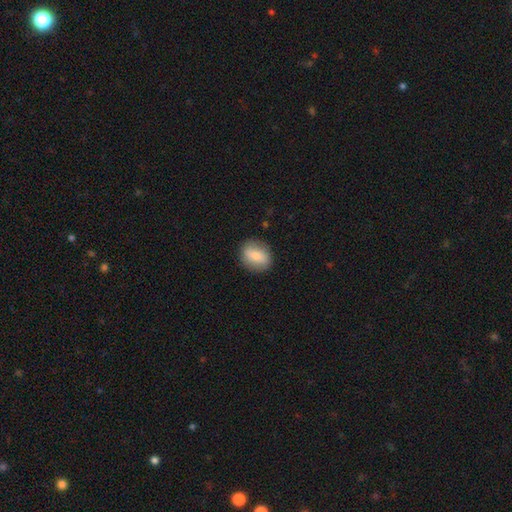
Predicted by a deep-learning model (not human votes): smooth-or-featured: smooth: 77% | featured or disk: 16% | star or artifact: 7%
  how-rounded: in between: 51% | round: 47% | cigar-shaped: 2%
  merging: none: 85% | minor disturbance: 11% | major disturbance: 3% | merger: 1%